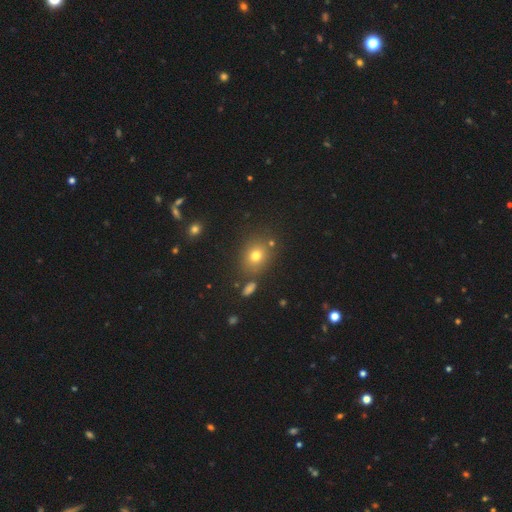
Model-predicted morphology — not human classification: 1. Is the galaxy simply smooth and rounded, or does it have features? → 72% smooth, 17% star or artifact, 10% featured or disk.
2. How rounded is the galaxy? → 60% round, 39% in between, 1% cigar-shaped.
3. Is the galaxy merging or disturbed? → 78% none, 11% minor disturbance, 7% merger, 4% major disturbance.